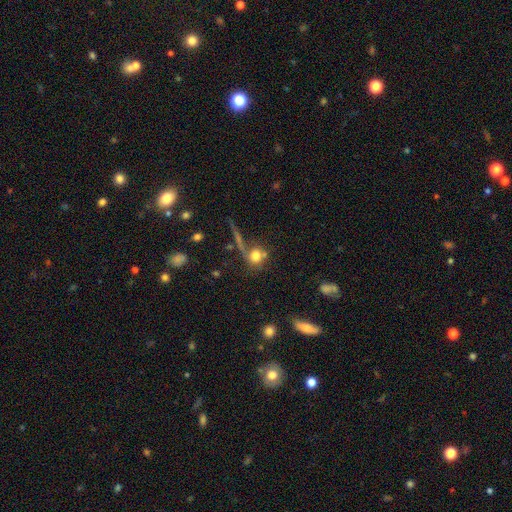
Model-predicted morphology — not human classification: smooth 71%, featured or disk 15%, star or artifact 14%. Down the decision tree: how rounded — round (81%); merging — none (53%).